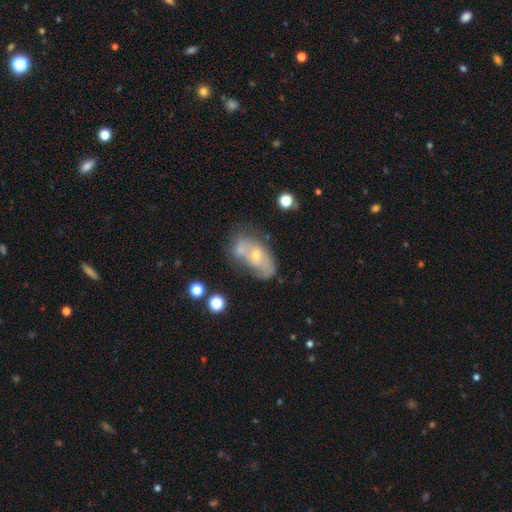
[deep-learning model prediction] Smooth or featured? Predicted: featured or disk (p=0.59). Edge-on disk? Predicted: no (p=0.92). Bar? Predicted: no (p=0.76). Spiral arms? Predicted: no (p=0.52). Bulge size? Predicted: small (p=0.58). Merging? Predicted: merger (p=0.37).